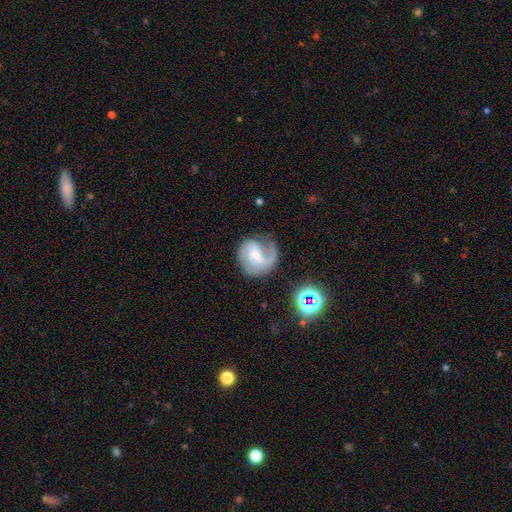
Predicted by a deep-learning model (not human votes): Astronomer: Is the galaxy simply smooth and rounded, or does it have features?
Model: featured or disk — 77%.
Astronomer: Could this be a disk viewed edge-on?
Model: no — 98%.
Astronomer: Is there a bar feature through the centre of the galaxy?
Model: weak — 53% (runner-up: no, 29%).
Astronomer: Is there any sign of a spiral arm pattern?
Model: yes — 94%.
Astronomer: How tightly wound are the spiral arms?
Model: medium — 47% (runner-up: loose, 31%).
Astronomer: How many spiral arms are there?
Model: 2 — 55%.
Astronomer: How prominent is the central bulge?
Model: small — 56% (runner-up: moderate, 32%).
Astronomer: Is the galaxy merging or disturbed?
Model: none — 60%.